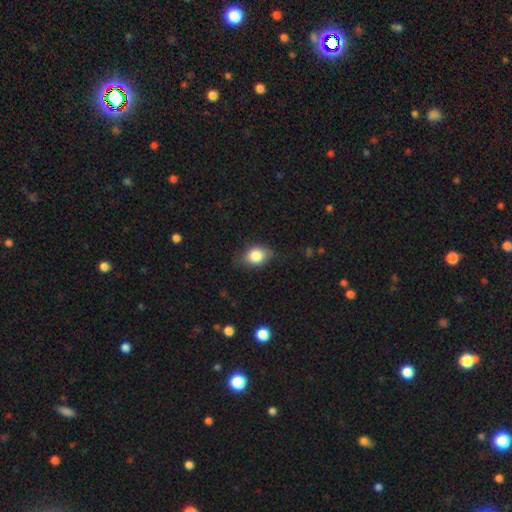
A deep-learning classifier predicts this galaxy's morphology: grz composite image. It shows a smooth galaxy with no disk features (80%) that is in between round and cigar-shaped (66%). Merging: none (72%).